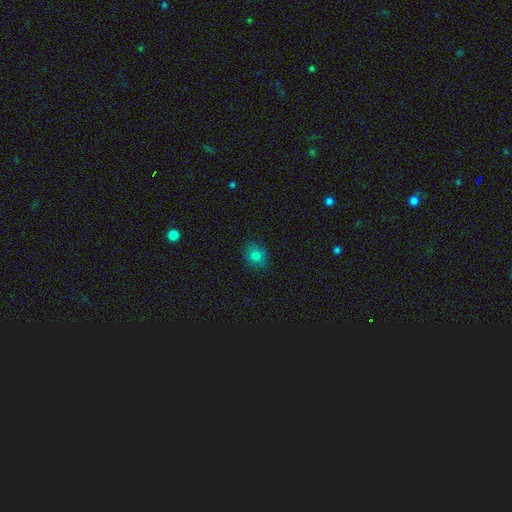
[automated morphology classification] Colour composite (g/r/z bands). It shows a smooth galaxy with no disk features (80%) that is round (53%). Merging: none (83%).